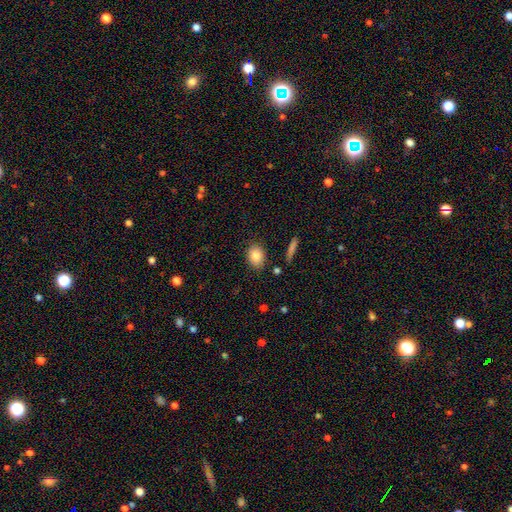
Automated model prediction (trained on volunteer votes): Smooth or featured?
  - smooth: 84% *
  - star or artifact: 8%
  - featured or disk: 8%
How rounded?
  - in between: 71% *
  - round: 27%
  - cigar-shaped: 2%
Merging?
  - none: 84% *
  - minor disturbance: 11%
  - major disturbance: 3%
  - merger: 3%